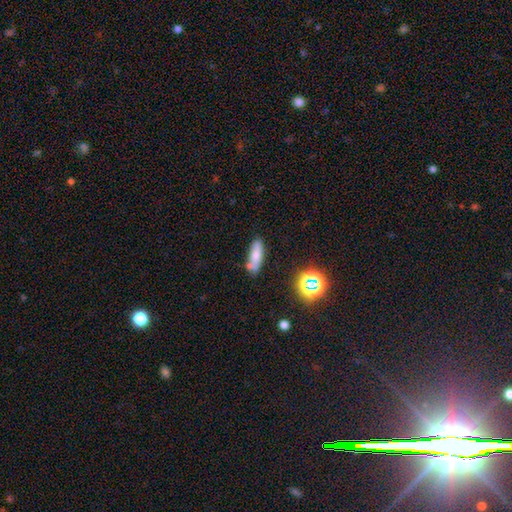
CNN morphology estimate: This is likely a smooth galaxy (69%). How rounded: possibly cigar-shaped (50%). Merging: likely none (64%).